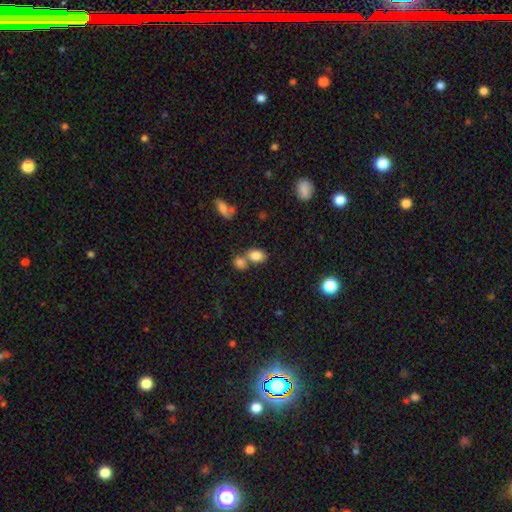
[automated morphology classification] This is clearly a smooth galaxy (82%). How rounded: clearly in between (80%). Merging: possibly none (47%).